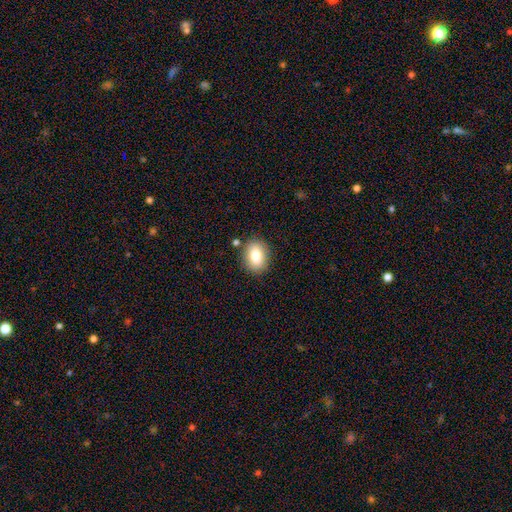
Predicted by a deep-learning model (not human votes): This appears to be a smooth galaxy with no disk features (81%) that is in between round and cigar-shaped (69%). Merging: none (85%).